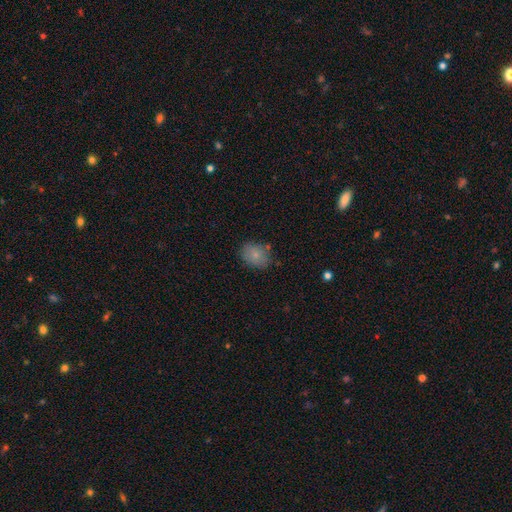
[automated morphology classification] Smooth or featured? smooth (81%)
How rounded? in between (55%)
Merging? none (76%)